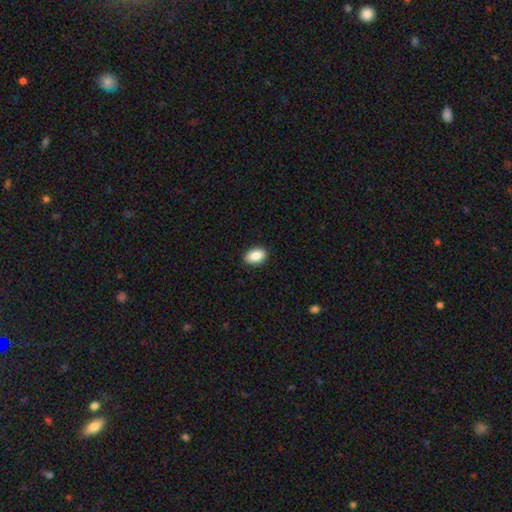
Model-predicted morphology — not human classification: A smooth galaxy with no disk features (88%) that is in between round and cigar-shaped (89%). Merging: none (89%).